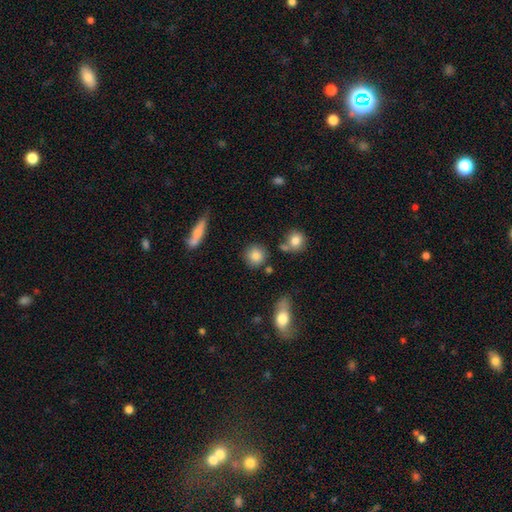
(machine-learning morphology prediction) smooth_or_featured: smooth (p=0.83) [alt: star or artifact p=0.09]
how_rounded: round (p=0.88) [alt: in between p=0.10]
merging: none (p=0.81) [alt: minor disturbance p=0.09]